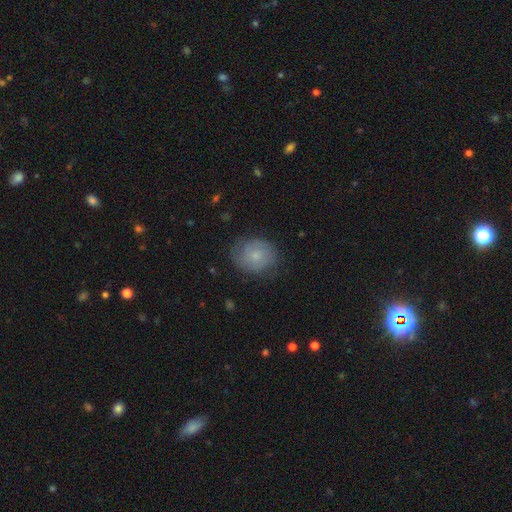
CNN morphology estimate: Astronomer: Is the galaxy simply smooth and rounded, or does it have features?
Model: smooth — 65%.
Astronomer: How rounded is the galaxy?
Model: round — 68%.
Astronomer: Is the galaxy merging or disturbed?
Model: none — 75%.